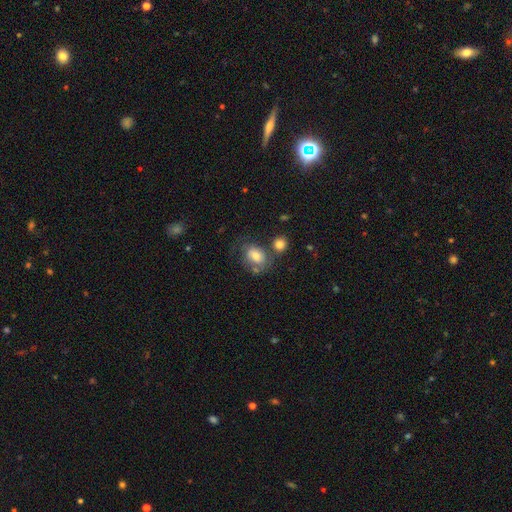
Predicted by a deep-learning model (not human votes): Smooth or featured?
  - smooth: 65% *
  - featured or disk: 26%
  - star or artifact: 9%
How rounded?
  - in between: 70% *
  - round: 29%
  - cigar-shaped: 1%
Merging?
  - none: 44% *
  - minor disturbance: 22%
  - merger: 20%
  - major disturbance: 14%